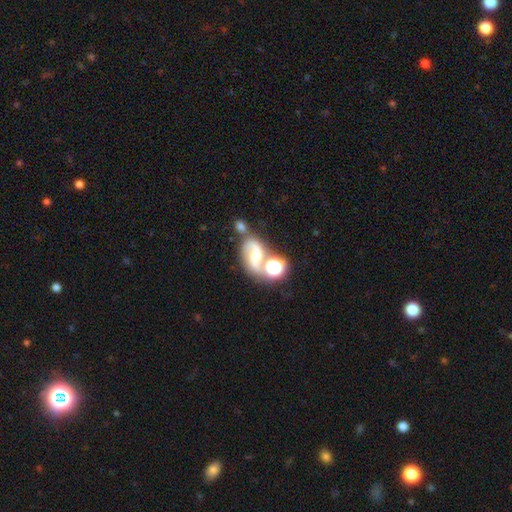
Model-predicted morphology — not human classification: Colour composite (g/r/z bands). It shows a featured or disk galaxy (65%) with a weak bar (40%), 2 (88%) loose (48%) spiral arms (90%) and a moderate central bulge (47%). Merging: none (43%).